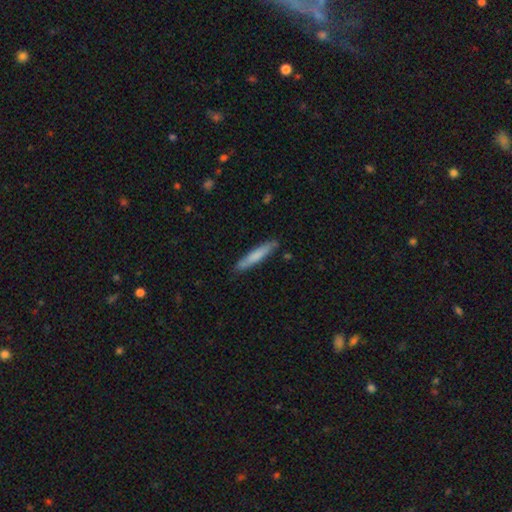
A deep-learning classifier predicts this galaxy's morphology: A smooth galaxy with no disk features (72%) that is cigar-shaped (93%).

Vote fractions:
- Smooth or featured? smooth: 72% / featured or disk: 23% / star or artifact: 5%
- How rounded? cigar-shaped: 93% / in between: 6% / round: 1%
- Merging? none: 84% / minor disturbance: 12% / major disturbance: 2% / merger: 2%